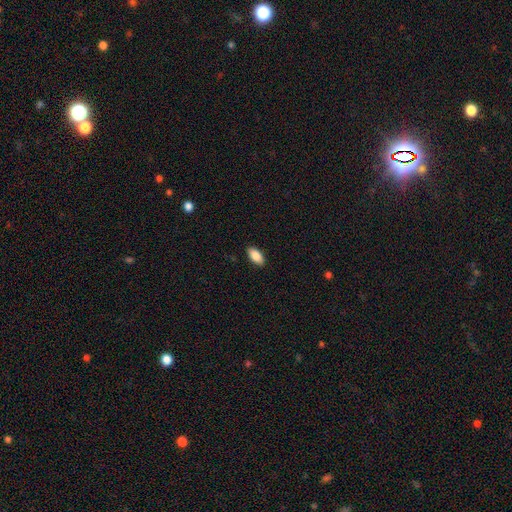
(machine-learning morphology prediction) This is clearly a smooth galaxy (87%). How rounded: clearly in between (91%). Merging: clearly none (89%).